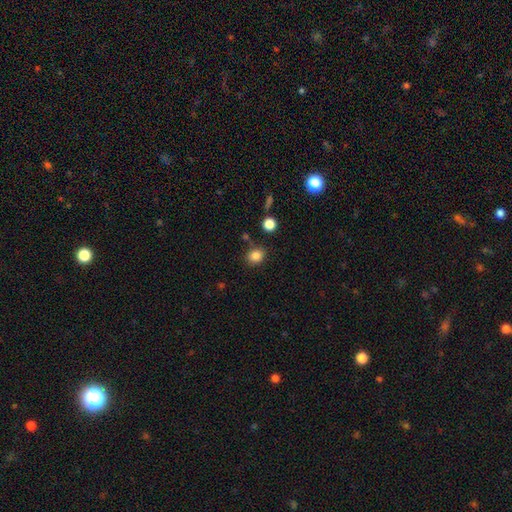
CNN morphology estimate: Smooth or featured?
  - smooth: 85% *
  - star or artifact: 11%
  - featured or disk: 4%
How rounded?
  - round: 57% *
  - in between: 42%
  - cigar-shaped: 1%
Merging?
  - none: 79% *
  - minor disturbance: 12%
  - merger: 5%
  - major disturbance: 4%